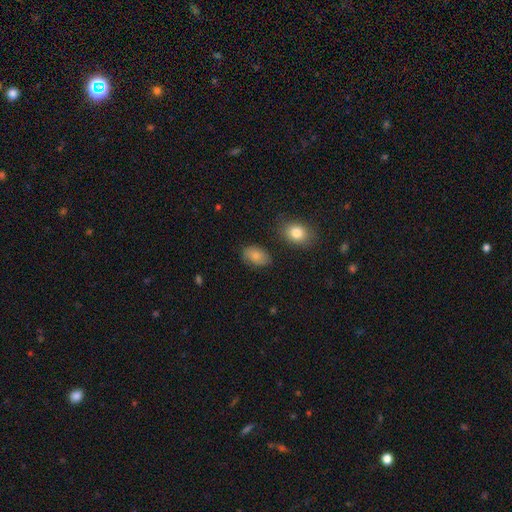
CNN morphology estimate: smooth-or-featured: smooth: 83% | featured or disk: 9% | star or artifact: 8%
  how-rounded: in between: 88% | round: 11% | cigar-shaped: 1%
  merging: none: 77% | minor disturbance: 16% | major disturbance: 4% | merger: 3%